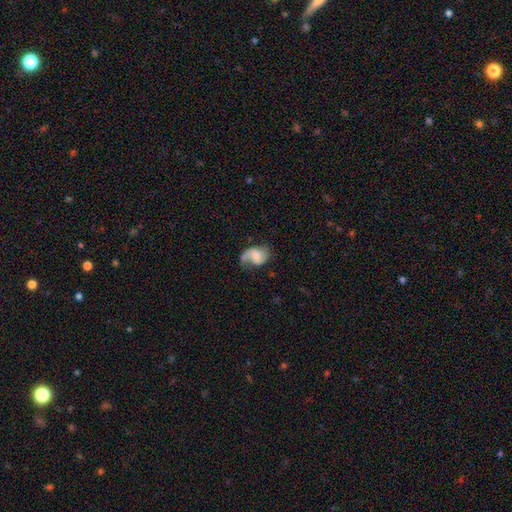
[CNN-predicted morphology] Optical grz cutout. It shows a featured or disk galaxy (71%) with no bar (49%), 2 (61%) loose (45%) spiral arms (93%) and a moderate central bulge (44%). Merging: none (53%).